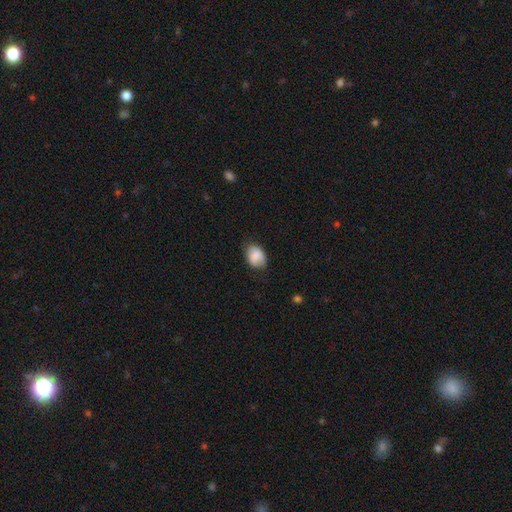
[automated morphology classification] Smooth or featured?
  - smooth: 82% *
  - featured or disk: 11%
  - star or artifact: 7%
How rounded?
  - in between: 72% *
  - round: 27%
  - cigar-shaped: 1%
Merging?
  - none: 71% *
  - minor disturbance: 23%
  - major disturbance: 5%
  - merger: 1%